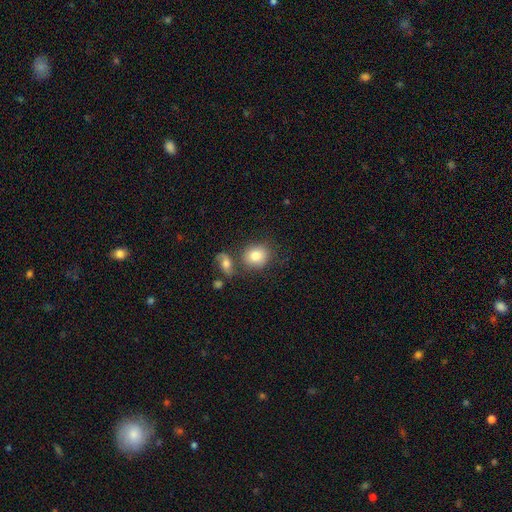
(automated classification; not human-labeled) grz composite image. It shows a smooth galaxy with no disk features (81%) that is round (69%). Merging: none (62%).